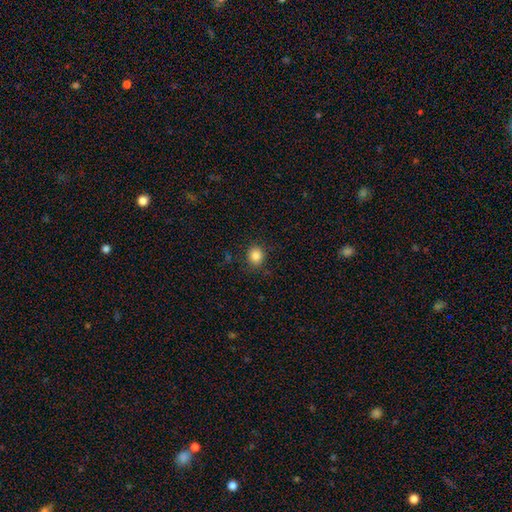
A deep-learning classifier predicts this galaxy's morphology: Smooth or featured?
  - smooth: 85% *
  - star or artifact: 10%
  - featured or disk: 4%
How rounded?
  - round: 78% *
  - in between: 21%
  - cigar-shaped: 1%
Merging?
  - none: 88% *
  - minor disturbance: 8%
  - major disturbance: 3%
  - merger: 1%